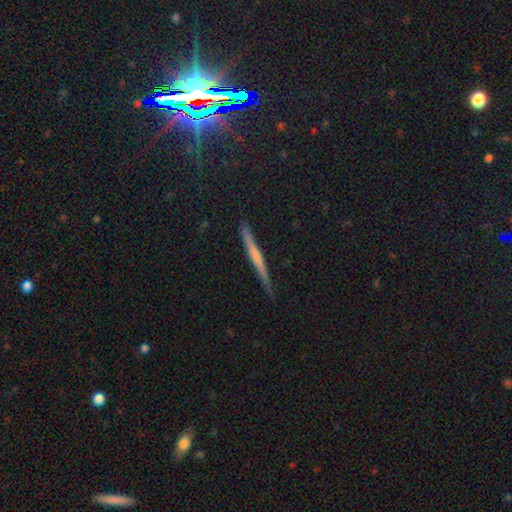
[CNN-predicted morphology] type=featured or disk (52%); edge-on=yes (97%); edge-on bulge=none (63%); merging=none (86%).